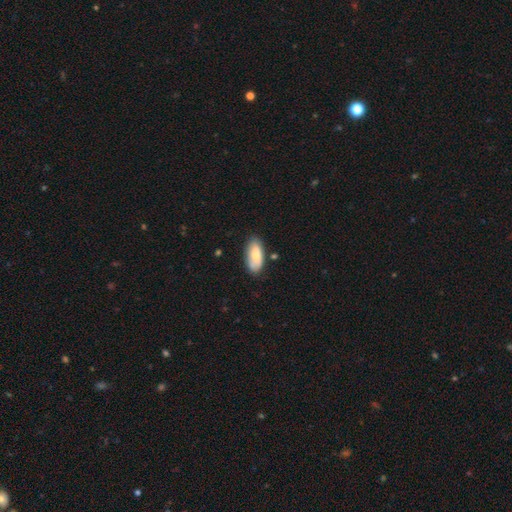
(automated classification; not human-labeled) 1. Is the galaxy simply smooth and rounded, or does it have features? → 73% smooth, 21% featured or disk, 6% star or artifact.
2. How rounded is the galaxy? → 90% in between, 8% cigar-shaped, 2% round.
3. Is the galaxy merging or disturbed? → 75% none, 18% minor disturbance, 3% merger, 3% major disturbance.